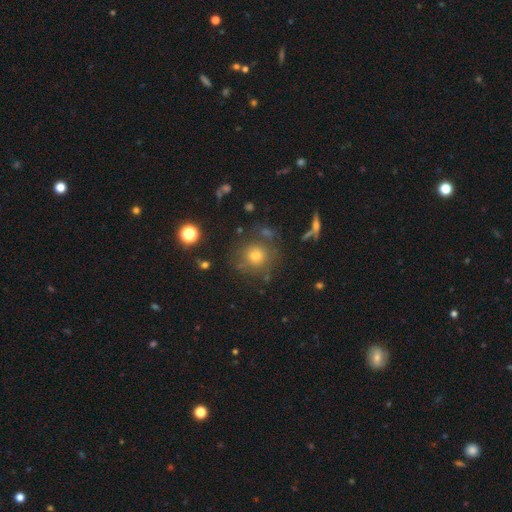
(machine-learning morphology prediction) The model was most divided on "smooth or featured": smooth: 66%, star or artifact: 19%, featured or disk: 14%. More confident: how rounded — round (91%); merging — none (77%).